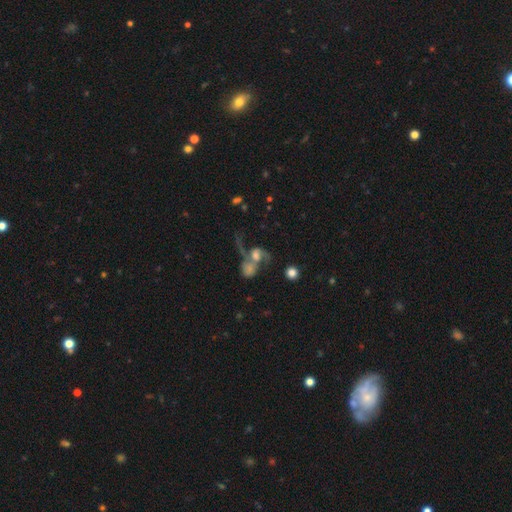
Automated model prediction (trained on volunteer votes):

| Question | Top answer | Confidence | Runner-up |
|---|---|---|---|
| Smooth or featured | featured or disk | 62% | smooth (27%) |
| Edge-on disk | no | 96% | yes (4%) |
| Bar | no | 62% | weak (30%) |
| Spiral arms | yes | 82% | no (18%) |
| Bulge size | moderate | 46% | small (21%) |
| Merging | merger | 63% | major disturbance (16%) |